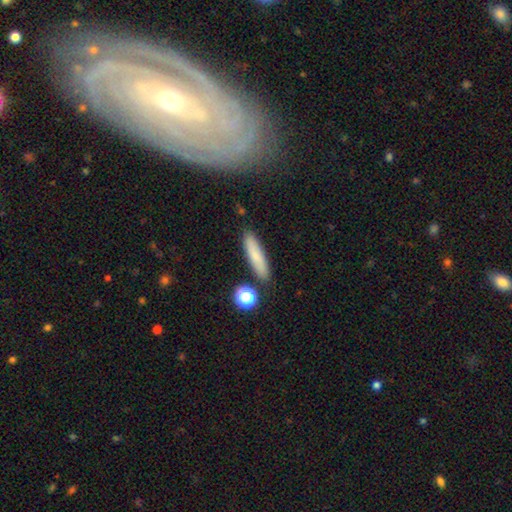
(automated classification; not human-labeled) Smooth or featured?
  - smooth: 79% *
  - featured or disk: 13%
  - star or artifact: 8%
How rounded?
  - cigar-shaped: 80% *
  - in between: 18%
  - round: 3%
Merging?
  - none: 85% *
  - minor disturbance: 9%
  - merger: 4%
  - major disturbance: 2%